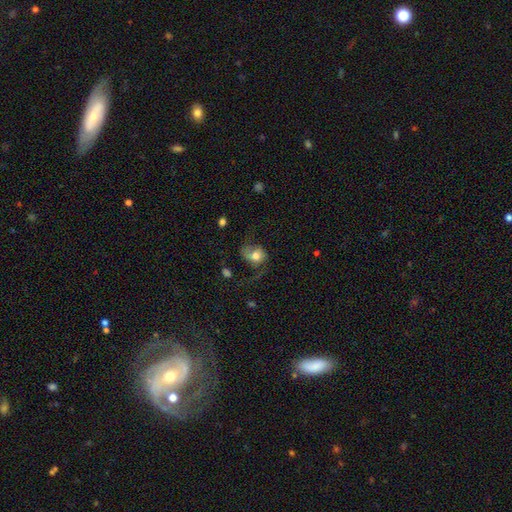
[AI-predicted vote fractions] A smooth galaxy with no disk features (50%) that is round (52%). Merging: none (38%).